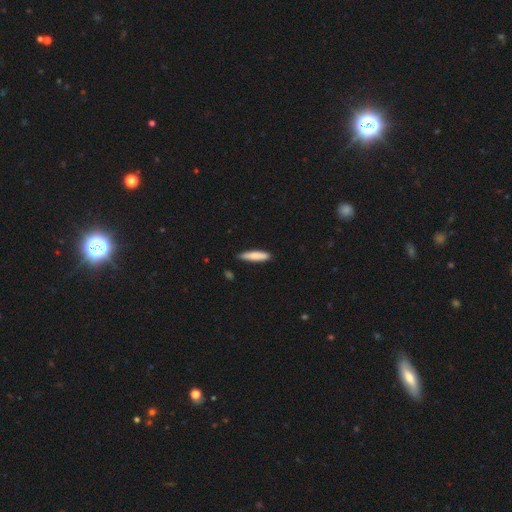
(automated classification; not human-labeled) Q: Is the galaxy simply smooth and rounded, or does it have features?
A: smooth — 81%.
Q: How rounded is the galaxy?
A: cigar-shaped — 82%.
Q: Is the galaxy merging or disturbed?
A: none — 82%.